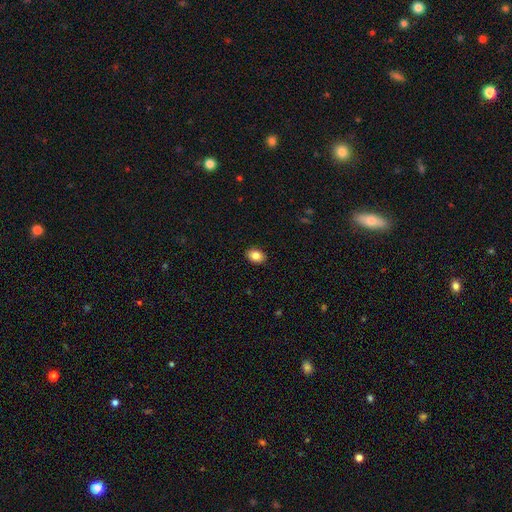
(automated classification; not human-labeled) smooth-or-featured: smooth: 85% | star or artifact: 8% | featured or disk: 7%
  how-rounded: in between: 80% | round: 19% | cigar-shaped: 1%
  merging: none: 90% | minor disturbance: 7% | major disturbance: 2% | merger: 1%